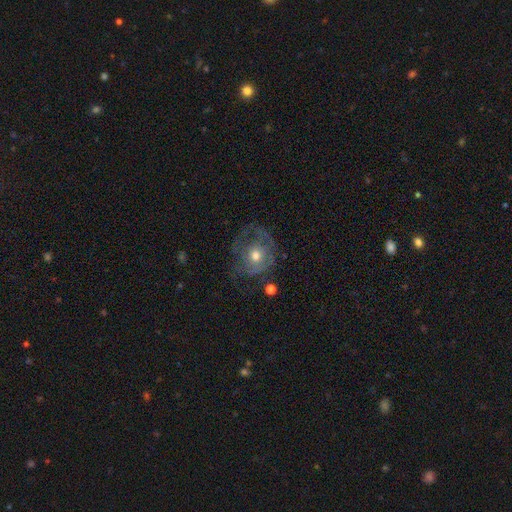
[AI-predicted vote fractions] A featured or disk galaxy (54%) with no bar (86%), no spiral arms (55%) and a moderate central bulge (71%). Merging: none (42%).